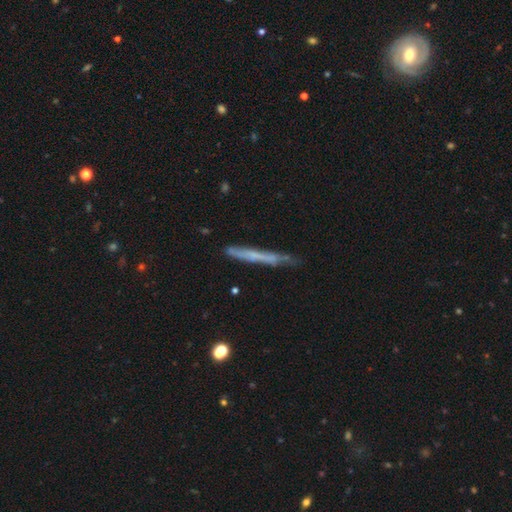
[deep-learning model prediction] smooth 48%, featured or disk 44%, star or artifact 8%. Down the decision tree: merging — none (71%).